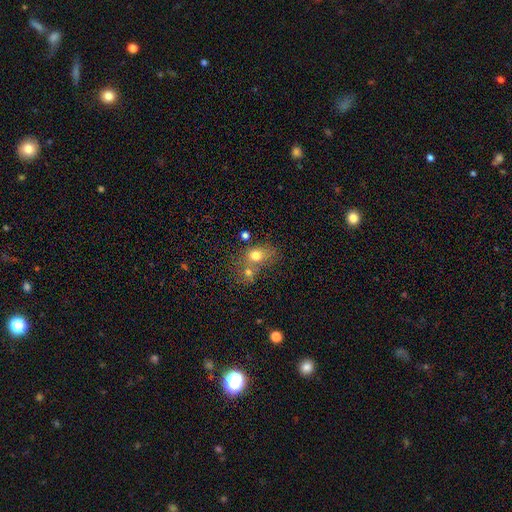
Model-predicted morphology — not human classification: smooth_or_featured: smooth (p=0.71) [alt: featured or disk p=0.16]
how_rounded: round (p=0.56) [alt: in between p=0.43]
merging: merger (p=0.50) [alt: none p=0.33]